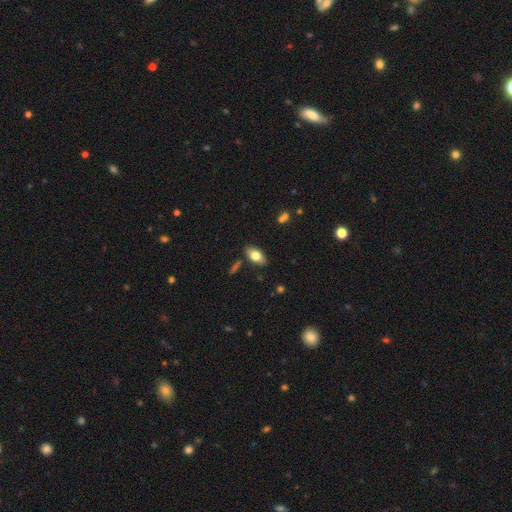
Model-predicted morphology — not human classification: This is likely a smooth galaxy (71%). How rounded: clearly in between (90%). Merging: clearly none (84%).